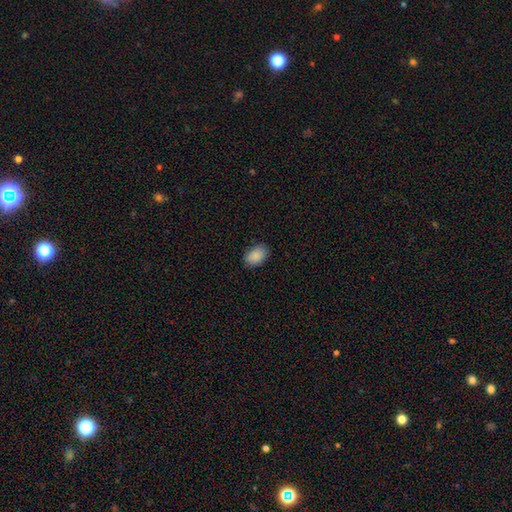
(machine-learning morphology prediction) Overall: smooth (90%). How rounded: in between (88%). Merging: none (86%).